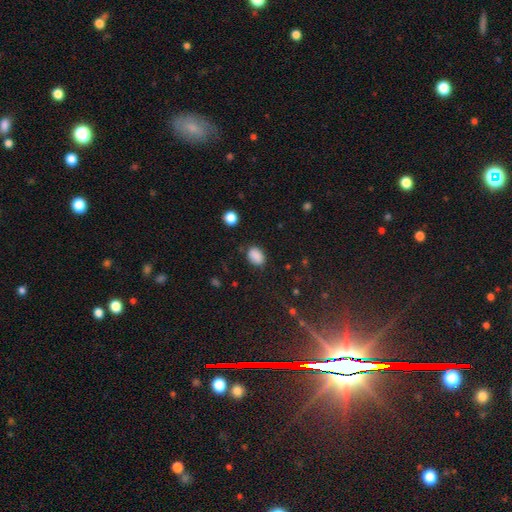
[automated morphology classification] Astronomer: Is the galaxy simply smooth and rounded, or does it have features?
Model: smooth — 87%.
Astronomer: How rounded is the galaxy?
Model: in between — 78%.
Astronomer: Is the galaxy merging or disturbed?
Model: none — 79%.